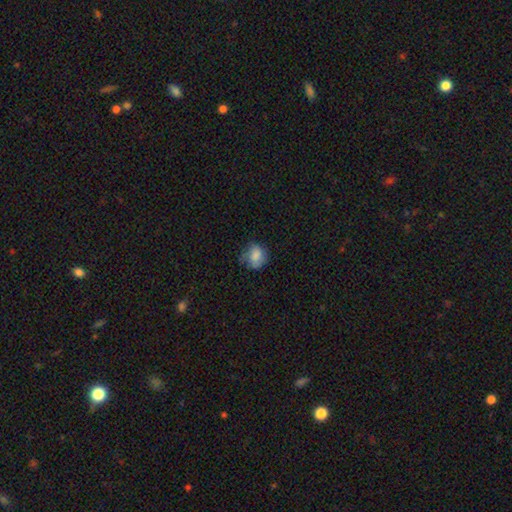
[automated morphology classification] smooth-or-featured: smooth: 78% | featured or disk: 13% | star or artifact: 9%
  how-rounded: round: 66% | in between: 33% | cigar-shaped: 1%
  merging: none: 56% | minor disturbance: 30% | major disturbance: 12% | merger: 2%